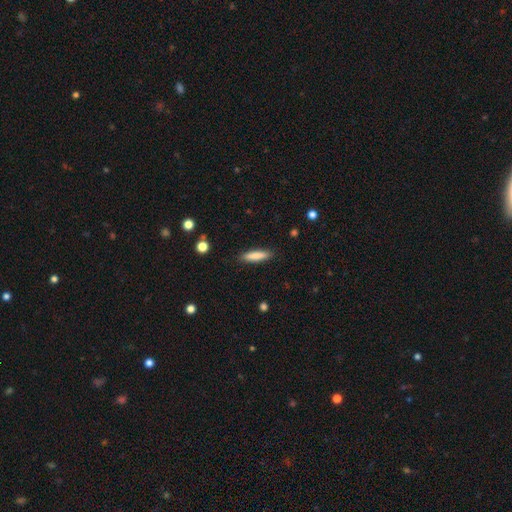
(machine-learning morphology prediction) smooth-or-featured: smooth: 82% | featured or disk: 12% | star or artifact: 6%
  how-rounded: cigar-shaped: 81% | in between: 18% | round: 1%
  merging: none: 89% | minor disturbance: 8% | major disturbance: 2% | merger: 1%